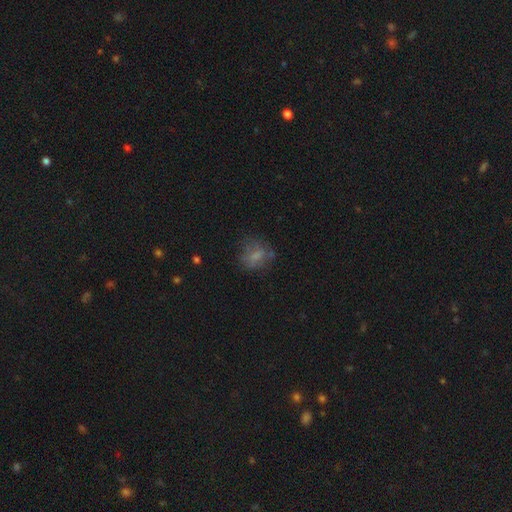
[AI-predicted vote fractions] Smooth or featured?
  - smooth: 58% *
  - featured or disk: 28%
  - star or artifact: 14%
How rounded?
  - round: 59% *
  - in between: 39%
  - cigar-shaped: 2%
Merging?
  - none: 56% *
  - minor disturbance: 23%
  - major disturbance: 19%
  - merger: 3%